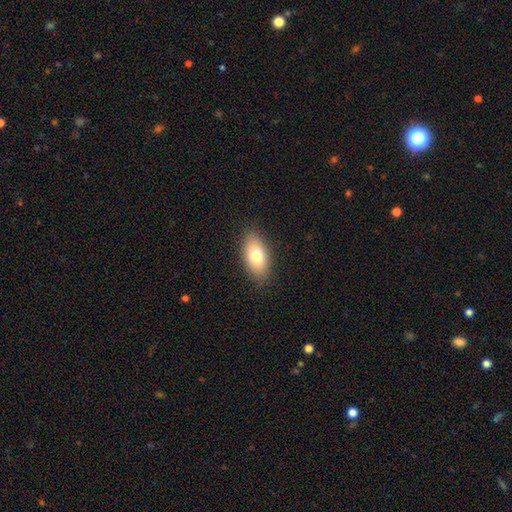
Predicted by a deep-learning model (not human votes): Q: Smooth or featured?
A: smooth (76%); runner-up: featured or disk (16%)
Q: How rounded?
A: in between (91%); runner-up: round (5%)
Q: Merging?
A: none (87%); runner-up: minor disturbance (10%)